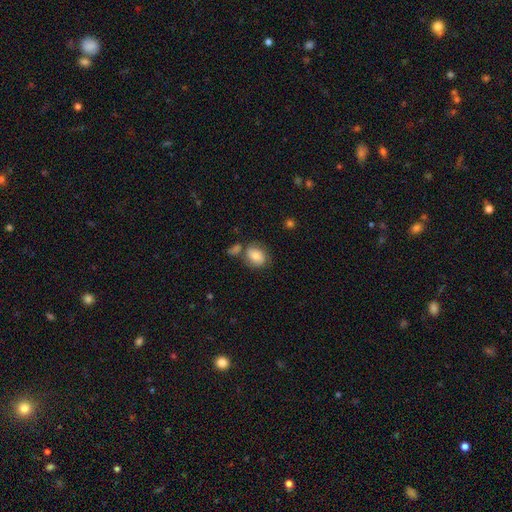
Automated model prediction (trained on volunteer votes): smooth 70%, featured or disk 22%, star or artifact 8%. Down the decision tree: how rounded — in between (50%); merging — none (55%).